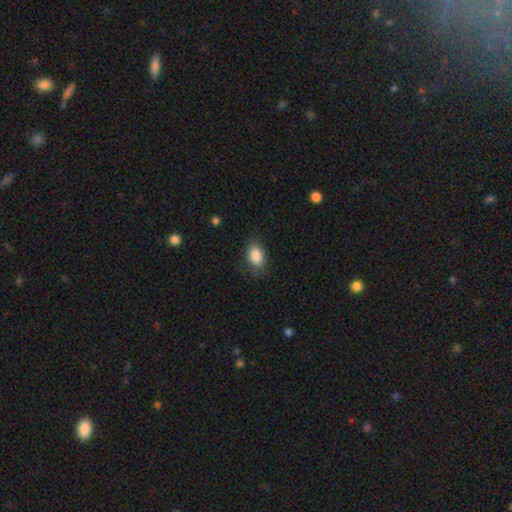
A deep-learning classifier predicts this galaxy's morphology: Smooth or featured? Predicted: smooth (p=0.86). How rounded? Predicted: in between (p=0.84). Merging? Predicted: none (p=0.77).